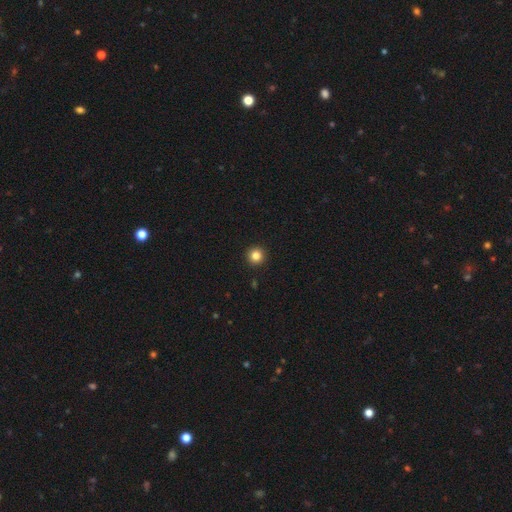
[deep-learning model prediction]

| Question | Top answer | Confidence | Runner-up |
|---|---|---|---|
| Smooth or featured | smooth | 84% | star or artifact (11%) |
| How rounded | round | 96% | in between (3%) |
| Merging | none | 94% | minor disturbance (4%) |